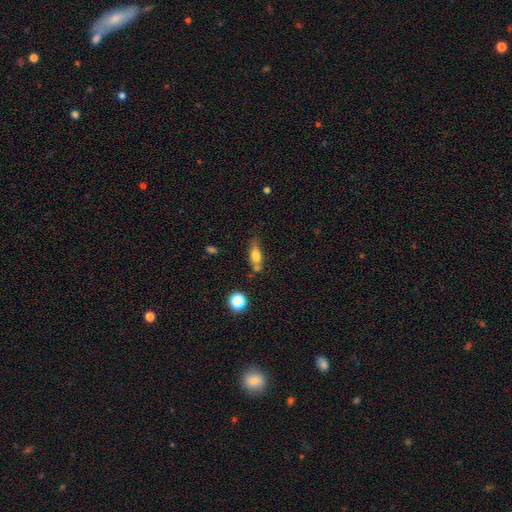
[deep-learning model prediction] smooth-or-featured: smooth: 67% | featured or disk: 23% | star or artifact: 10%
  how-rounded: in between: 63% | cigar-shaped: 30% | round: 7%
  merging: none: 53% | minor disturbance: 23% | merger: 17% | major disturbance: 8%